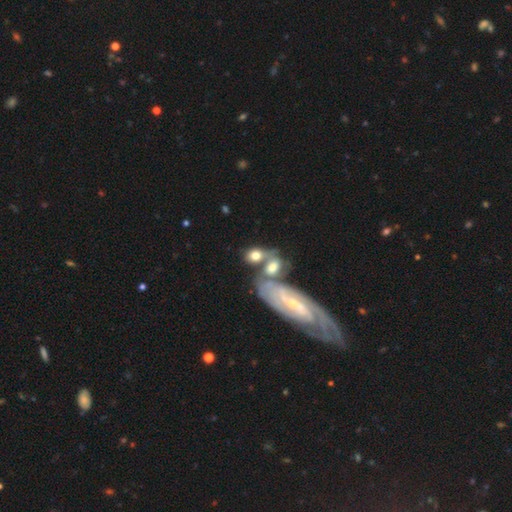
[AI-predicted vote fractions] Q: Smooth or featured?
A: smooth (58%); runner-up: featured or disk (33%)
Q: How rounded?
A: in between (68%); runner-up: round (29%)
Q: Merging?
A: merger (49%); runner-up: none (29%)